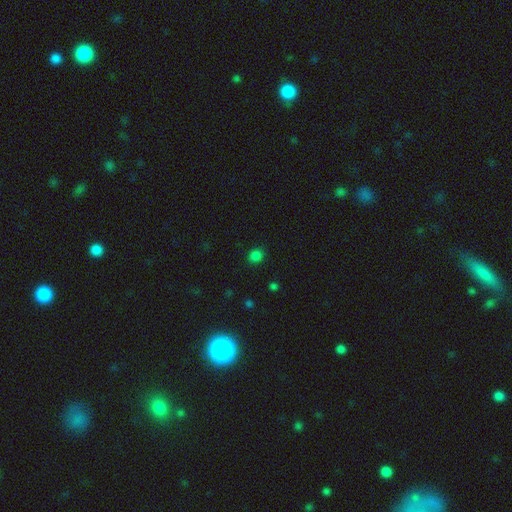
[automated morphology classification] smooth 80%, star or artifact 17%, featured or disk 3%. Down the decision tree: how rounded — round (77%); merging — none (88%).